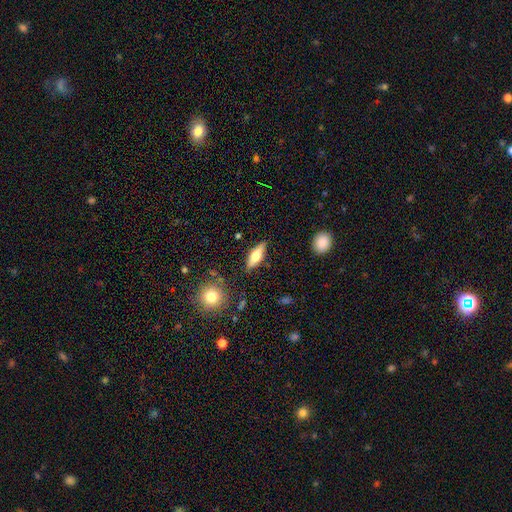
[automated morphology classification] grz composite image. It shows a smooth galaxy with no disk features (54%) that is in between round and cigar-shaped (55%). Merging: none (84%).